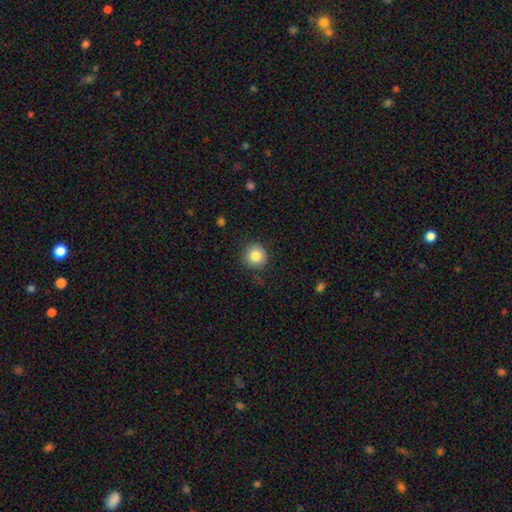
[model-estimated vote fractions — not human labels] Smooth or featured: smooth — 85% (star or artifact — 9%)
How rounded: round — 93% (in between — 6%)
Merging: none — 87% (minor disturbance — 9%)